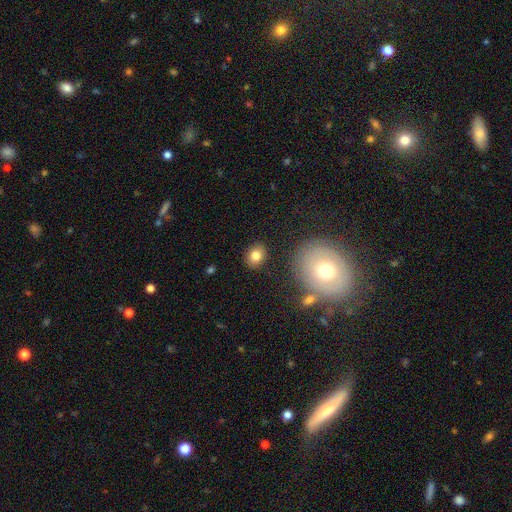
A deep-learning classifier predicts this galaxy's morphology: The model was most divided on "how rounded": round: 51%, in between: 48%, cigar-shaped: 1%. More confident: merging — none (86%); smooth or featured — smooth (81%).